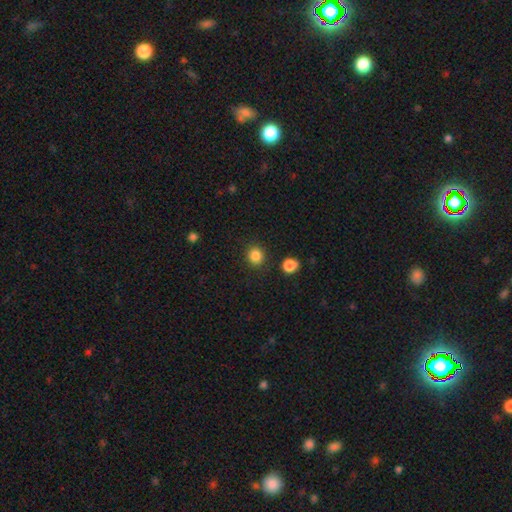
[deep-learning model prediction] A smooth galaxy with no disk features (85%) that is round (87%).

Vote fractions:
- Smooth or featured? smooth: 85% / star or artifact: 11% / featured or disk: 4%
- How rounded? round: 87% / in between: 12% / cigar-shaped: 1%
- Merging? none: 88% / minor disturbance: 7% / merger: 3% / major disturbance: 2%